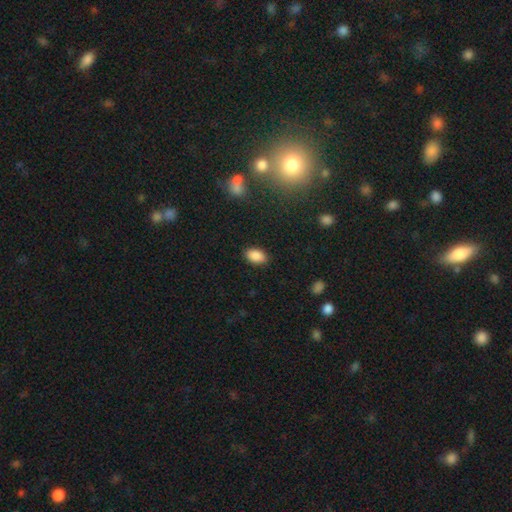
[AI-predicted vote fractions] This appears to be a smooth galaxy with no disk features (88%) that is in between round and cigar-shaped (91%). Merging: none (86%).